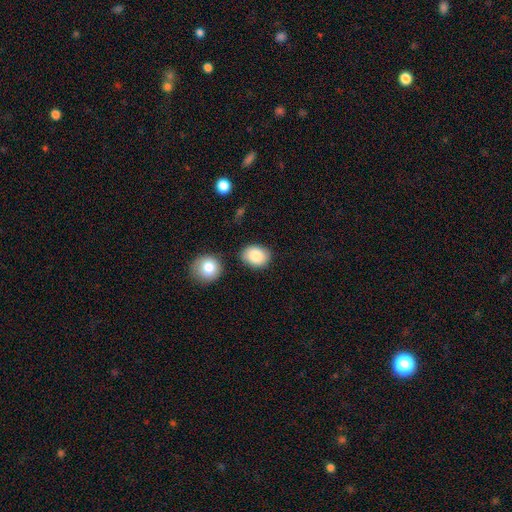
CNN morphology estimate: This appears to be a smooth galaxy with no disk features (86%) that is in between round and cigar-shaped (58%). Merging: none (79%).